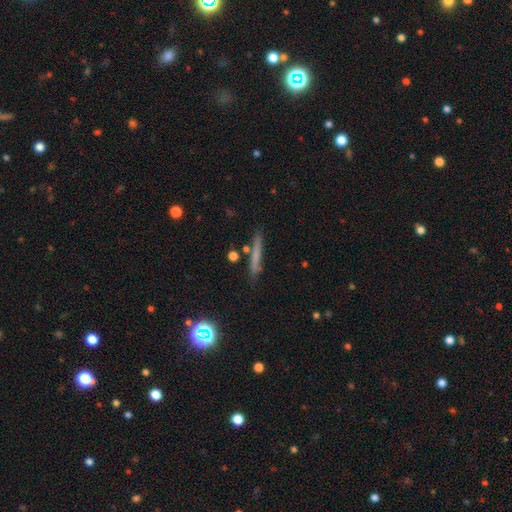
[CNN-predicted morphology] smooth 60%, featured or disk 29%, star or artifact 10%. Down the decision tree: how rounded — cigar-shaped (93%); merging — none (83%).